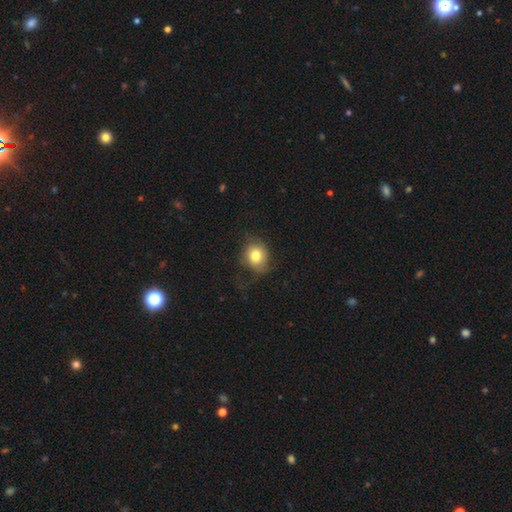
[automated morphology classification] A smooth galaxy with no disk features (75%) that is round (71%). Merging: none (60%).